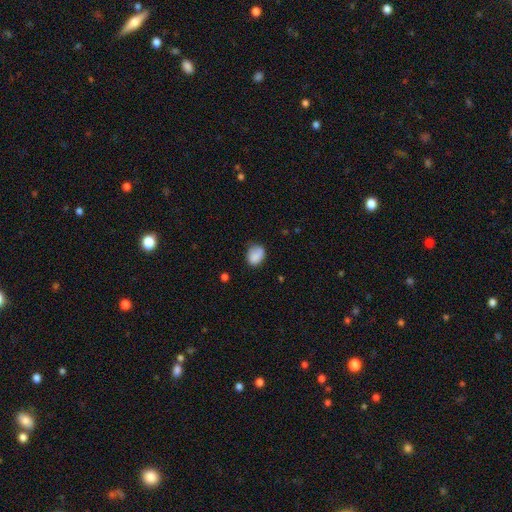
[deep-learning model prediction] A smooth galaxy with no disk features (84%) that is in between round and cigar-shaped (60%). Merging: none (64%).